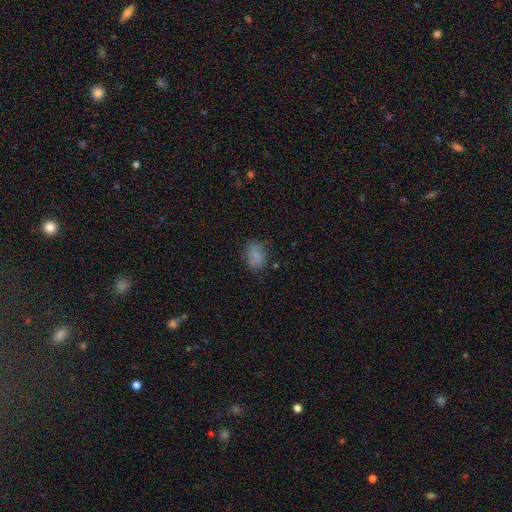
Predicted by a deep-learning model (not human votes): A smooth galaxy with no disk features (82%) that is in between round and cigar-shaped (76%).

Vote fractions:
- Smooth or featured? smooth: 82% / star or artifact: 11% / featured or disk: 8%
- How rounded? in between: 76% / round: 23% / cigar-shaped: 1%
- Merging? none: 72% / minor disturbance: 20% / major disturbance: 6% / merger: 2%